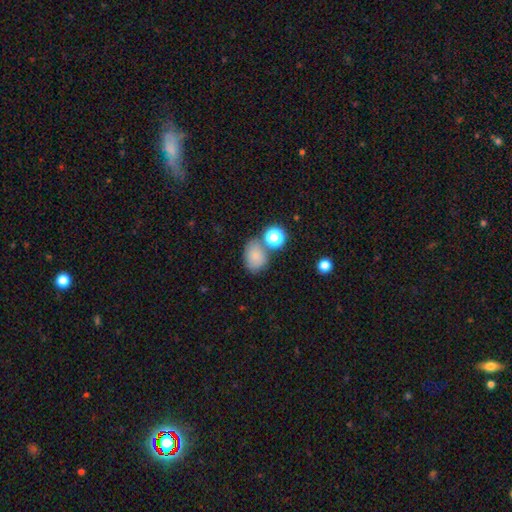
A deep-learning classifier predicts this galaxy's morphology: A smooth galaxy with no disk features (75%) that is in between round and cigar-shaped (66%).

Vote fractions:
- Smooth or featured? smooth: 75% / star or artifact: 14% / featured or disk: 12%
- How rounded? in between: 66% / round: 33% / cigar-shaped: 1%
- Merging? none: 59% / merger: 18% / minor disturbance: 17% / major disturbance: 6%